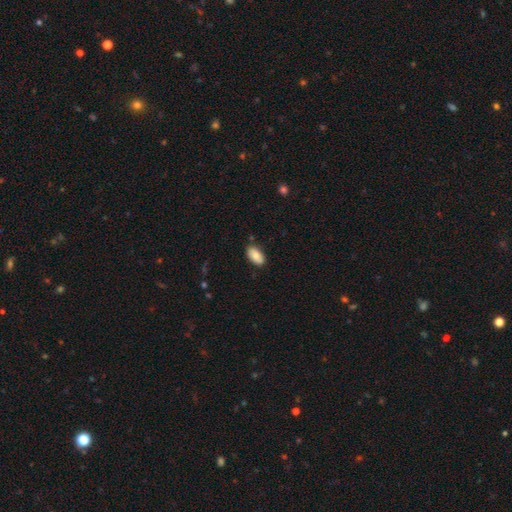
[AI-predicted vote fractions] smooth-or-featured: smooth: 83% | featured or disk: 10% | star or artifact: 7%
  how-rounded: in between: 94% | cigar-shaped: 3% | round: 3%
  merging: none: 84% | minor disturbance: 12% | major disturbance: 2% | merger: 2%